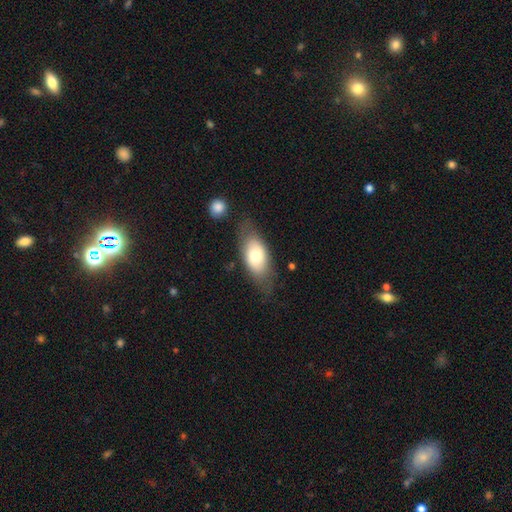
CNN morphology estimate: This is likely a smooth galaxy (69%). How rounded: clearly in between (88%). Merging: likely none (68%).